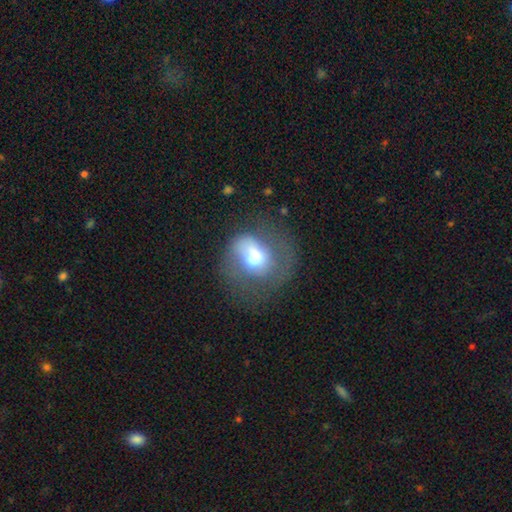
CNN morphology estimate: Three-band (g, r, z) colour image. It shows a featured or disk galaxy (48%). Merging: none (38%).